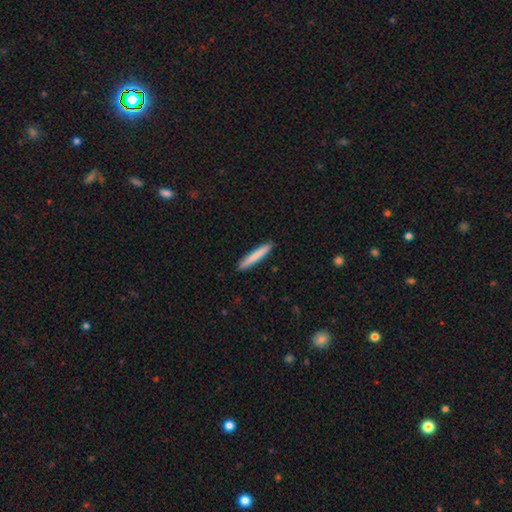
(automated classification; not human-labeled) smooth-or-featured: smooth: 79% | featured or disk: 16% | star or artifact: 5%
  how-rounded: cigar-shaped: 96% | in between: 3% | round: 1%
  merging: none: 92% | minor disturbance: 6% | major disturbance: 1% | merger: 1%